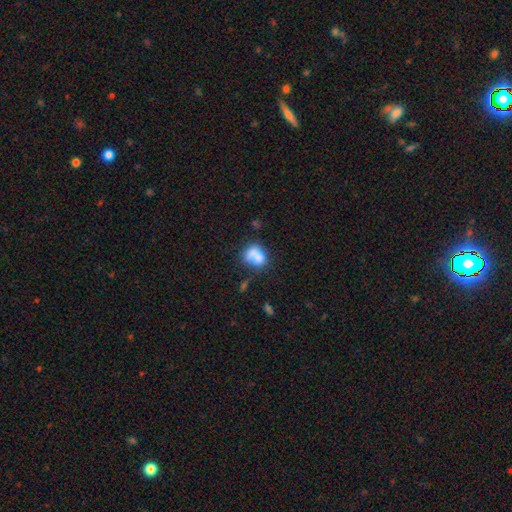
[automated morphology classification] Q: Smooth or featured?
A: smooth (72%); runner-up: featured or disk (18%)
Q: How rounded?
A: in between (55%); runner-up: round (44%)
Q: Merging?
A: merger (41%); runner-up: none (31%)